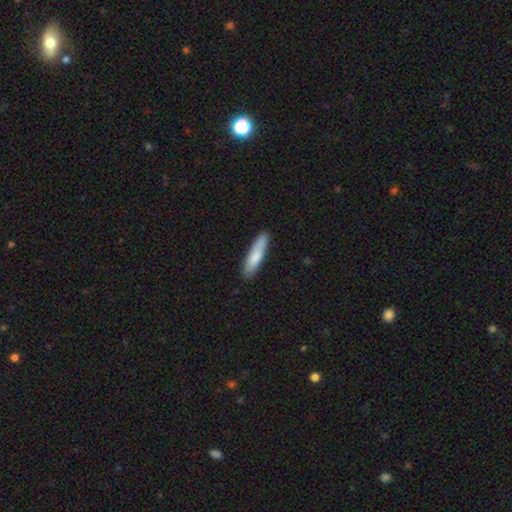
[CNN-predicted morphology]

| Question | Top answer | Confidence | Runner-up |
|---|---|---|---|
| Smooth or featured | smooth | 80% | featured or disk (15%) |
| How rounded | cigar-shaped | 78% | in between (21%) |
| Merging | none | 84% | minor disturbance (13%) |